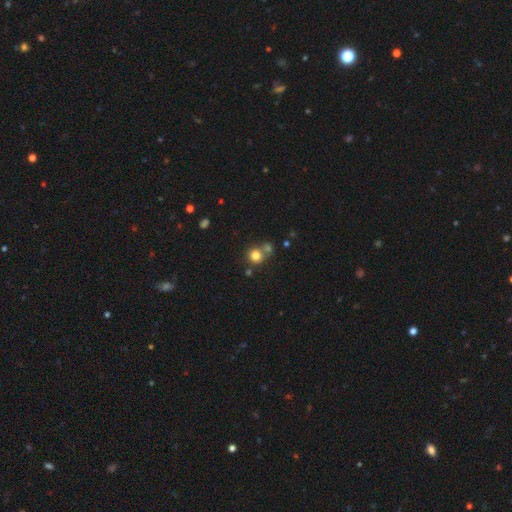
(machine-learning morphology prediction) Overall: smooth (79%). How rounded: round (88%). Merging: none (56%; merger 31%).